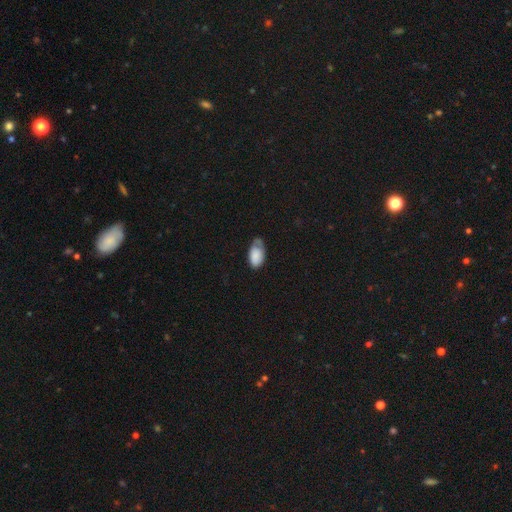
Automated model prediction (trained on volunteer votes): This appears to be a smooth galaxy with no disk features (80%) that is in between round and cigar-shaped (95%). Merging: minor disturbance (41%, tied with none).